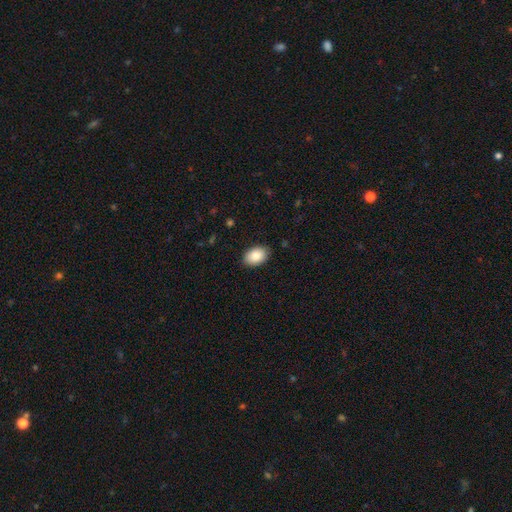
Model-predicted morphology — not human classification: A smooth galaxy with no disk features (86%) that is in between round and cigar-shaped (86%).

Vote fractions:
- Smooth or featured? smooth: 86% / featured or disk: 7% / star or artifact: 7%
- How rounded? in between: 86% / round: 13% / cigar-shaped: 1%
- Merging? none: 88% / minor disturbance: 9% / major disturbance: 2% / merger: 1%